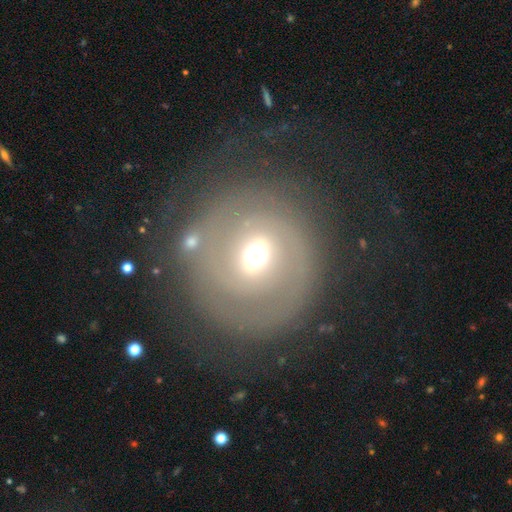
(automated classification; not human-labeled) Morphology: type=featured or disk (59%); edge-on=no (96%); bar=no (53%); spiral arms=yes (55%); bulge=moderate (63%); merging=none (67%).